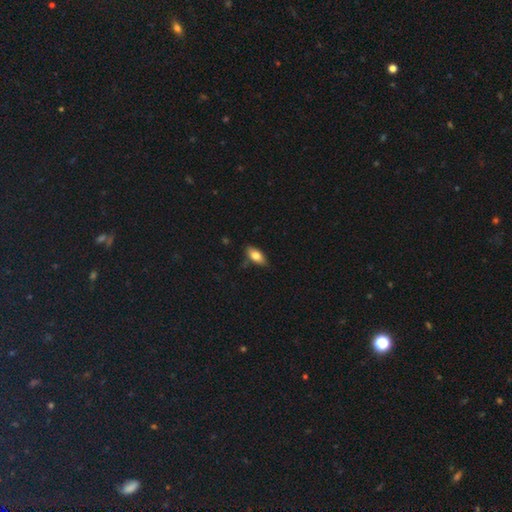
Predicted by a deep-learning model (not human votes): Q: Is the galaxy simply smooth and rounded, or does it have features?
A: smooth — 79%.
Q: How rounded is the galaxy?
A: in between — 87%.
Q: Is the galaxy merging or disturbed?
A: none — 77%.